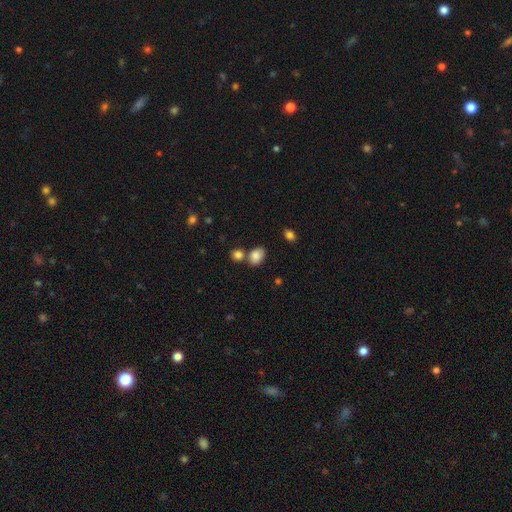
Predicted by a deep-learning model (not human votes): smooth-or-featured: smooth: 84% | star or artifact: 9% | featured or disk: 7%
  how-rounded: in between: 70% | round: 29% | cigar-shaped: 1%
  merging: none: 63% | merger: 21% | minor disturbance: 13% | major disturbance: 4%